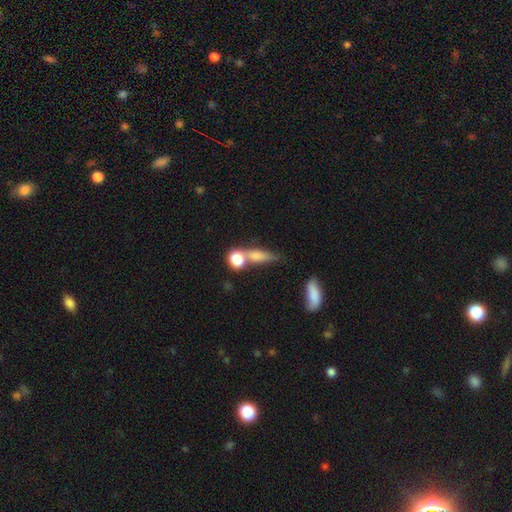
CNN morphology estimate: type=smooth (69%); roundness=cigar-shaped (35%); merging=merger (40%, tied with none).